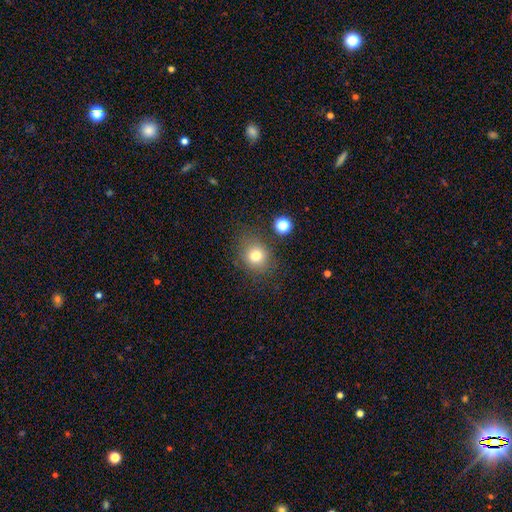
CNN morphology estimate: This appears to be a smooth galaxy with no disk features (77%) that is round (74%). Merging: none (77%).